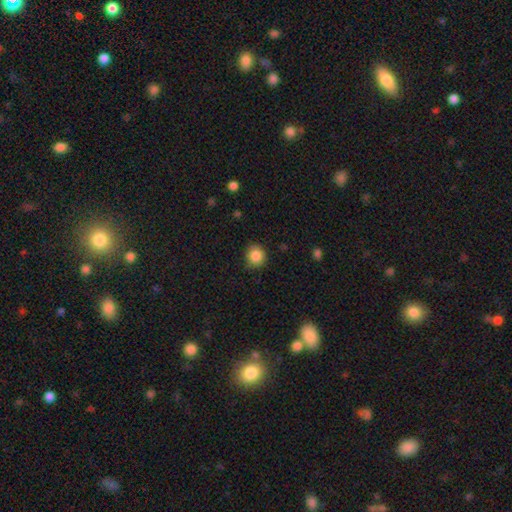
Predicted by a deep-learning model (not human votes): Overall: smooth (86%). How rounded: round (88%). Merging: none (87%).